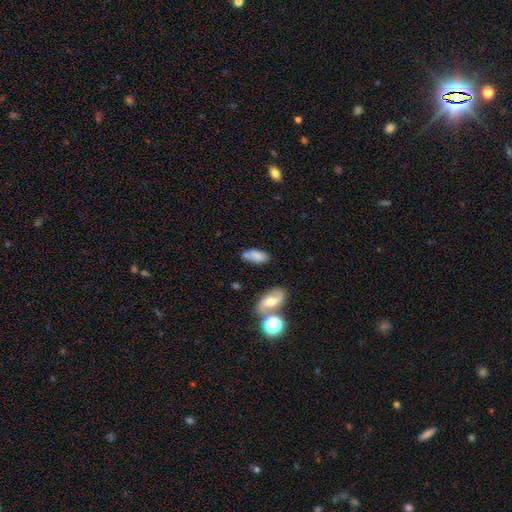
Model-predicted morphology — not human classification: smooth_or_featured: smooth (p=0.72) [alt: featured or disk p=0.19]
how_rounded: in between (p=0.85) [alt: cigar-shaped p=0.11]
merging: none (p=0.50) [alt: minor disturbance p=0.25]